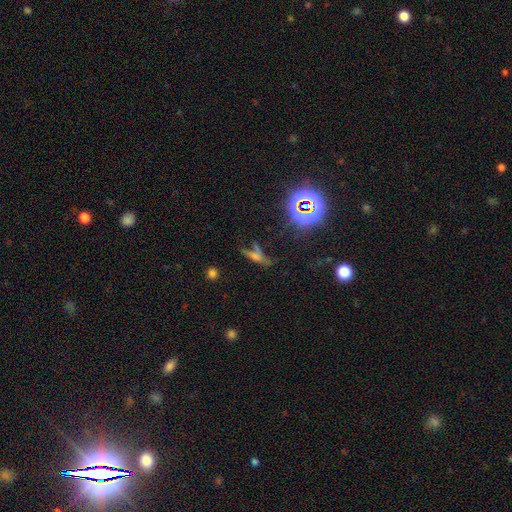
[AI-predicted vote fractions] Smooth or featured? Predicted: smooth (p=0.36). Merging? Predicted: none (p=0.46).